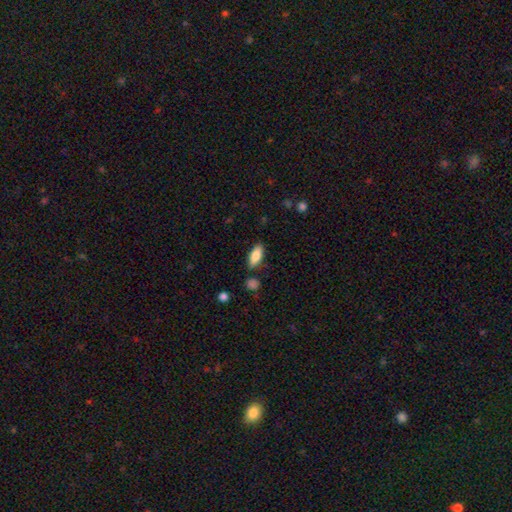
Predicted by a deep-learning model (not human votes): smooth 83%, featured or disk 11%, star or artifact 7%. Down the decision tree: how rounded — in between (81%); merging — none (83%).